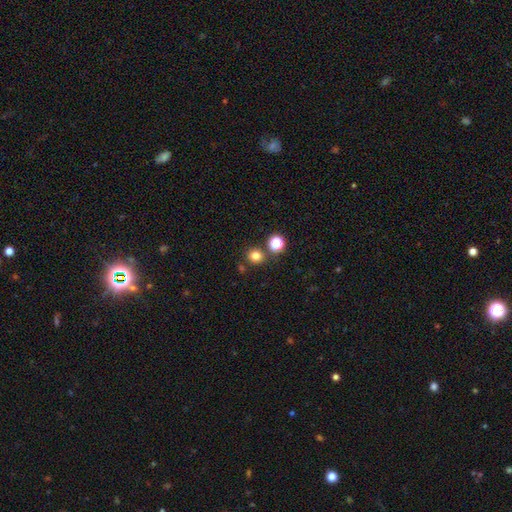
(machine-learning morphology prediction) smooth-or-featured: smooth: 78% | star or artifact: 17% | featured or disk: 6%
  how-rounded: round: 85% | in between: 14% | cigar-shaped: 1%
  merging: none: 79% | merger: 11% | minor disturbance: 8% | major disturbance: 3%